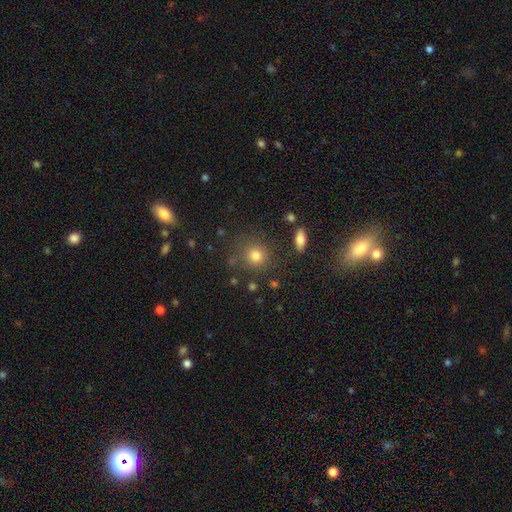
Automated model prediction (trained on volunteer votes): Smooth or featured? Predicted: smooth (p=0.78). How rounded? Predicted: round (p=0.88). Merging? Predicted: none (p=0.80).